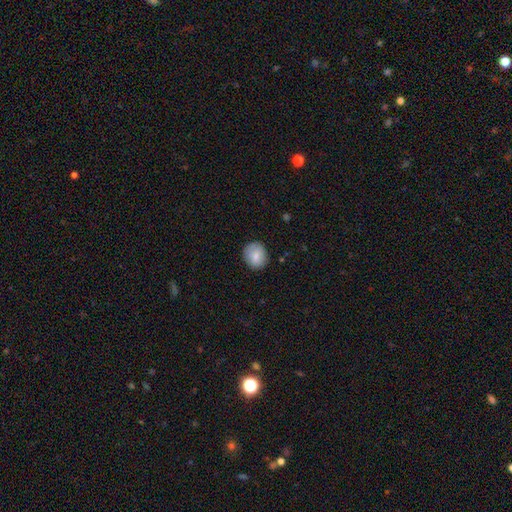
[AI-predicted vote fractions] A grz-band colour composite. It shows a smooth galaxy with no disk features (81%) that is round (78%). Merging: none (85%).